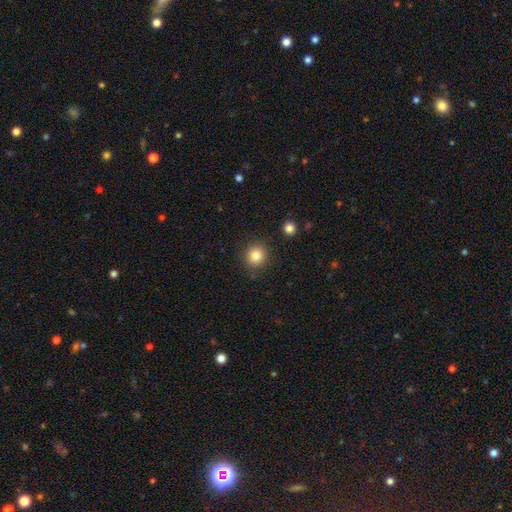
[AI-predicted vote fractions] The model was most divided on "smooth or featured": smooth: 84%, star or artifact: 11%, featured or disk: 6%. More confident: how rounded — round (91%); merging — none (88%).